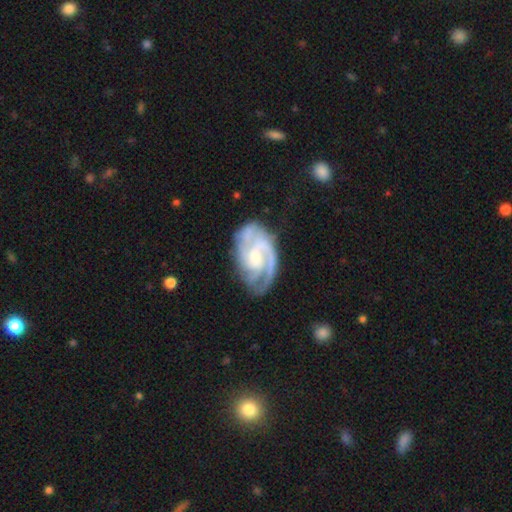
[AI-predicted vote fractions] Smooth or featured? featured or disk (89%)
Edge-on disk? no (97%)
Bar? no (49%)
Spiral arms? yes (97%)
Spiral winding? tight (50%)
Spiral arm count? 2 (42%)
Bulge size? small (50%)
Merging? none (69%)